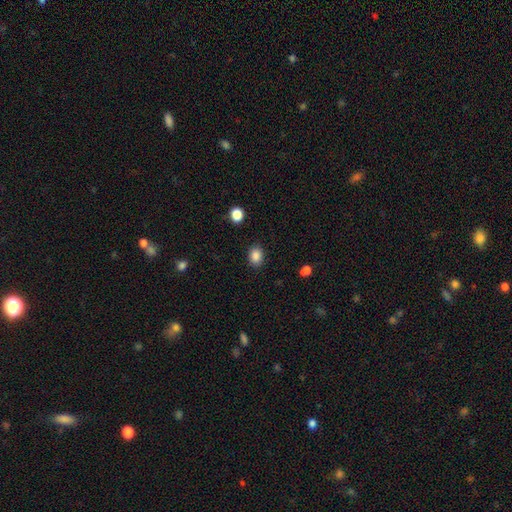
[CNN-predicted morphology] Smooth or featured? smooth (86%)
How rounded? in between (58%)
Merging? none (87%)